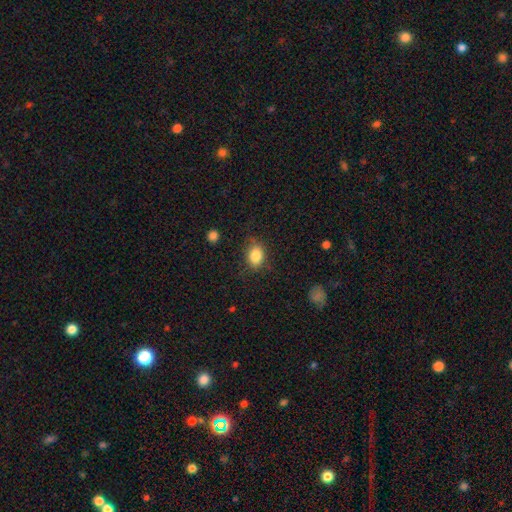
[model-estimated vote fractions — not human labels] A smooth galaxy with no disk features (84%) that is in between round and cigar-shaped (64%). Merging: none (74%).